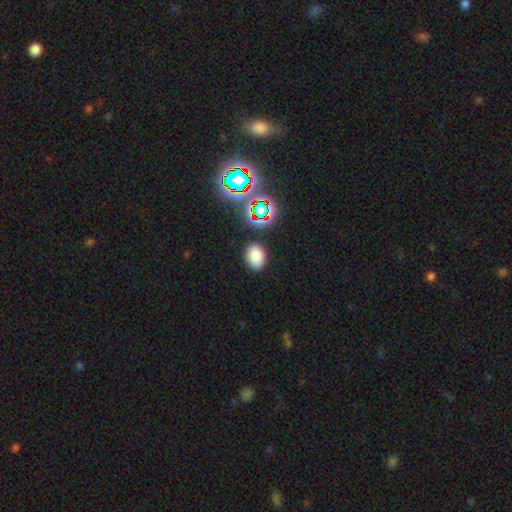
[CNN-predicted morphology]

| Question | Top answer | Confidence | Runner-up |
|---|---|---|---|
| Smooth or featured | smooth | 78% | star or artifact (16%) |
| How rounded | in between | 75% | round (24%) |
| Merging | none | 85% | minor disturbance (10%) |